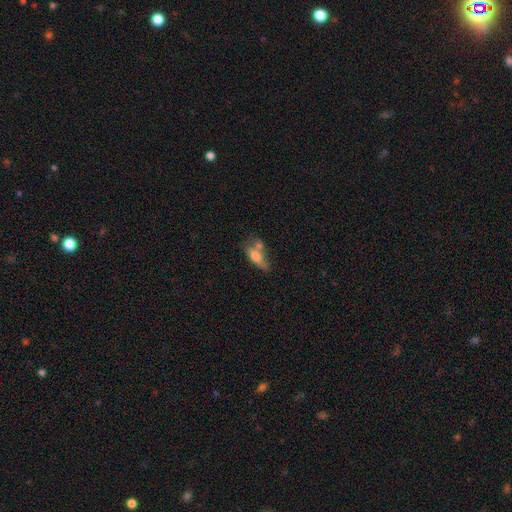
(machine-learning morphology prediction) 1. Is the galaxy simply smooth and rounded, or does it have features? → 65% smooth, 26% featured or disk, 9% star or artifact.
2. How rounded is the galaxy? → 71% in between, 23% cigar-shaped, 6% round.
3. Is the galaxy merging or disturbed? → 34% merger, 32% none, 20% minor disturbance, 14% major disturbance.